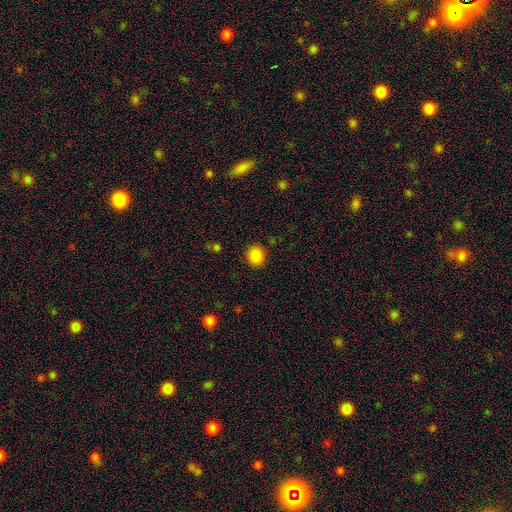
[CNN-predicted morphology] A smooth galaxy with no disk features (86%) that is round (78%). Merging: none (89%).